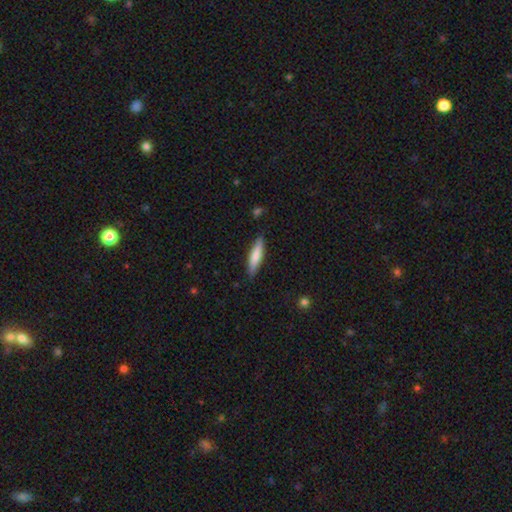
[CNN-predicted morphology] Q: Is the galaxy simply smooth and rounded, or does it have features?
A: smooth — 69%.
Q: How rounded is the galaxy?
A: cigar-shaped — 81%.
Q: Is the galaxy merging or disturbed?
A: none — 86%.